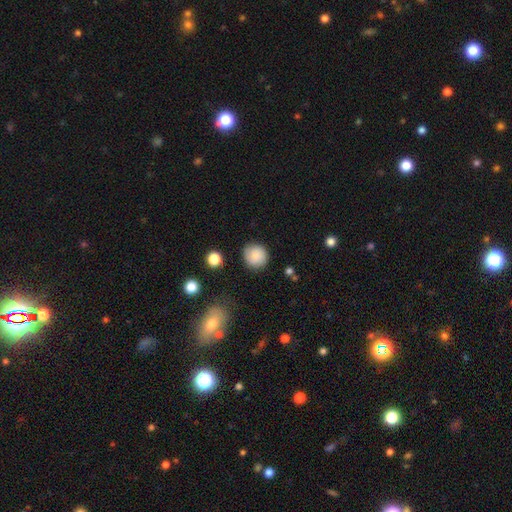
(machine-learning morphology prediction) smooth 83%, featured or disk 8%, star or artifact 8%. Down the decision tree: how rounded — round (89%); merging — none (85%).